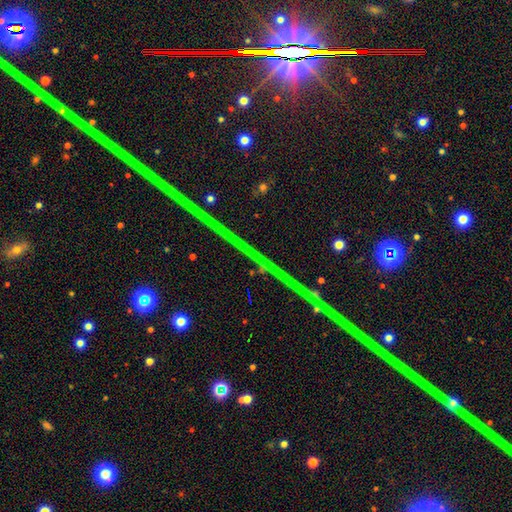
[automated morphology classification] This appears to be a star or artifact, not a galaxy (85%).